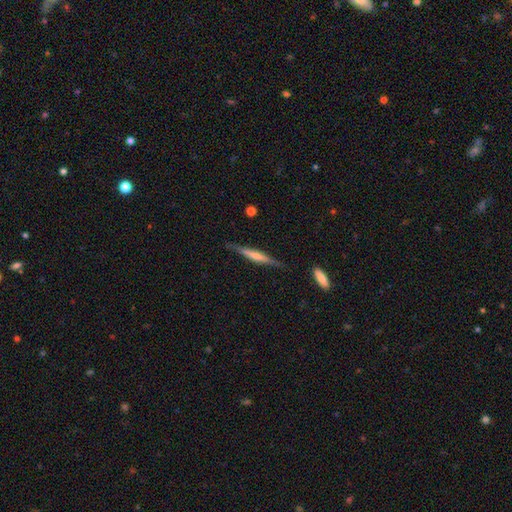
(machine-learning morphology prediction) The model was most divided on "edge-on bulge": rounded: 38%, none: 34%, boxy: 28%. More confident: edge-on disk — yes (96%); merging — none (83%); smooth or featured — featured or disk (58%).